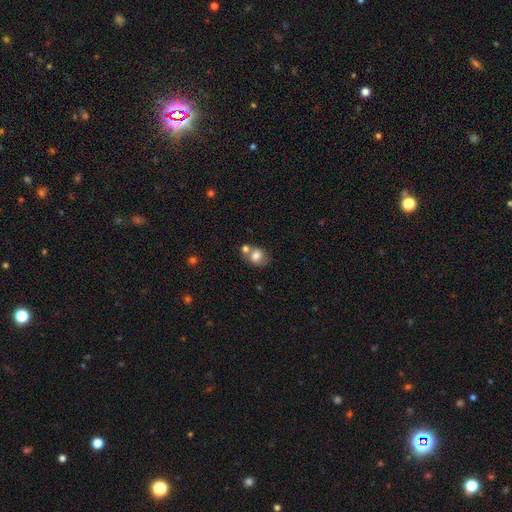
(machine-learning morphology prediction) A smooth galaxy with no disk features (75%) that is round (54%). Merging: none (46%).